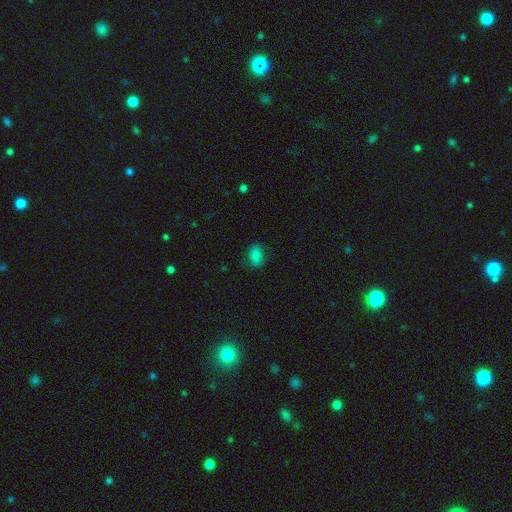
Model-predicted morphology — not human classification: smooth_or_featured: smooth (p=0.80) [alt: star or artifact p=0.12]
how_rounded: in between (p=0.70) [alt: round p=0.28]
merging: none (p=0.81) [alt: minor disturbance p=0.15]